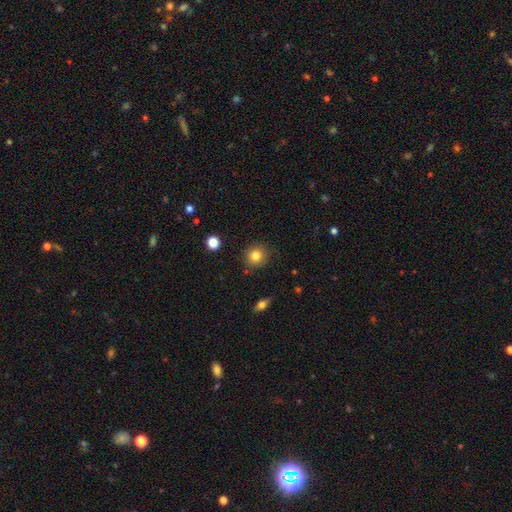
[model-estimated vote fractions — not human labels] Q: Smooth or featured?
A: smooth (82%); runner-up: star or artifact (11%)
Q: How rounded?
A: round (92%); runner-up: in between (7%)
Q: Merging?
A: none (87%); runner-up: minor disturbance (8%)